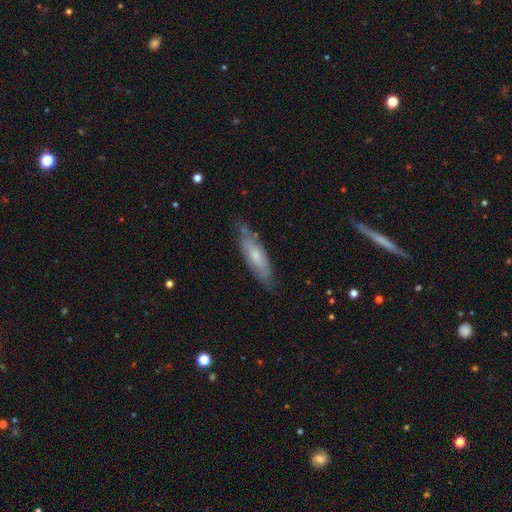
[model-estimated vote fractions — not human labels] A smooth galaxy with no disk features (53%) that is cigar-shaped (63%).

Vote fractions:
- Smooth or featured? smooth: 53% / featured or disk: 41% / star or artifact: 6%
- How rounded? cigar-shaped: 63% / in between: 35% / round: 2%
- Merging? none: 73% / minor disturbance: 21% / major disturbance: 4% / merger: 2%